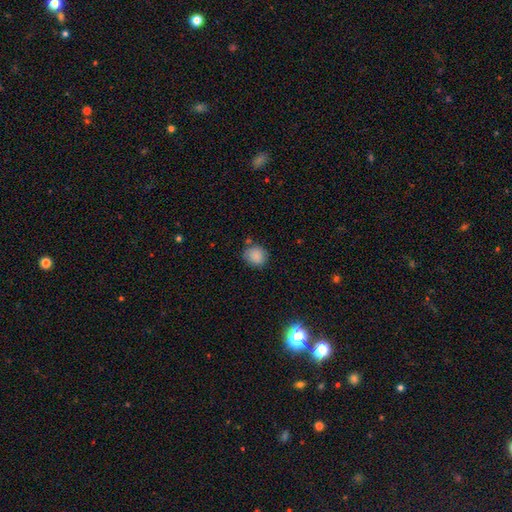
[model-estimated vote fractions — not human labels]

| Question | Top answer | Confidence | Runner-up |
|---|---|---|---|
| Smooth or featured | smooth | 86% | star or artifact (9%) |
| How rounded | round | 78% | in between (21%) |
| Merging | none | 76% | minor disturbance (15%) |